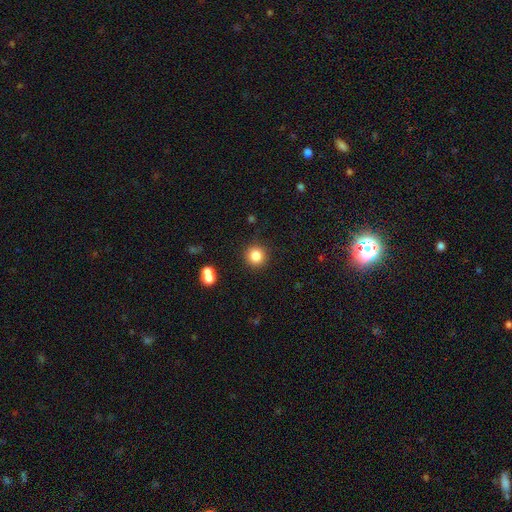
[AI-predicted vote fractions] A smooth galaxy with no disk features (84%) that is round (94%).

Vote fractions:
- Smooth or featured? smooth: 84% / star or artifact: 11% / featured or disk: 5%
- How rounded? round: 94% / in between: 5% / cigar-shaped: 1%
- Merging? none: 89% / minor disturbance: 6% / major disturbance: 3% / merger: 2%